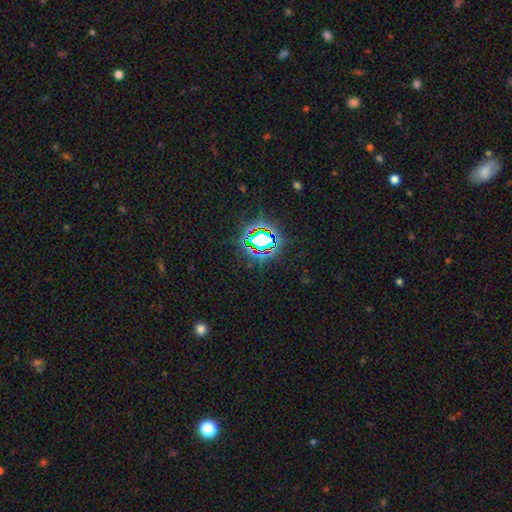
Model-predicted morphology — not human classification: Q: Smooth or featured?
A: star or artifact (79%); runner-up: smooth (13%)